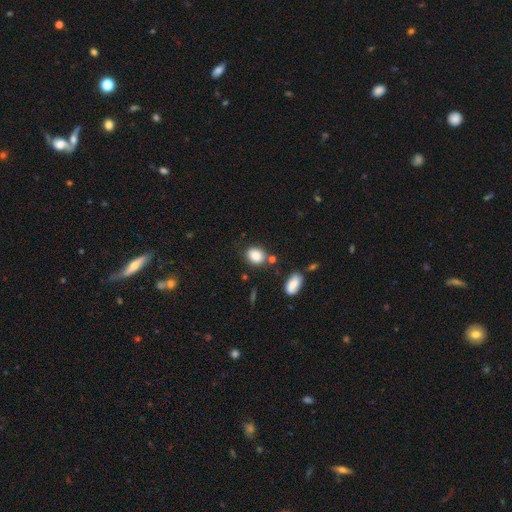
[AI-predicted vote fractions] Smooth or featured? Predicted: smooth (p=0.86). How rounded? Predicted: in between (p=0.58). Merging? Predicted: none (p=0.72).